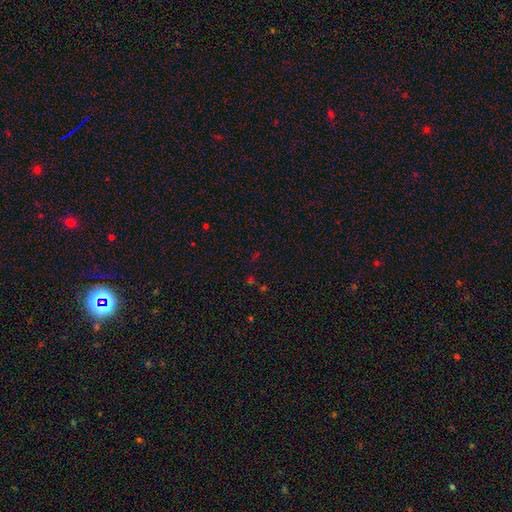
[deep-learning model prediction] Smooth or featured? Predicted: star or artifact (p=0.65).